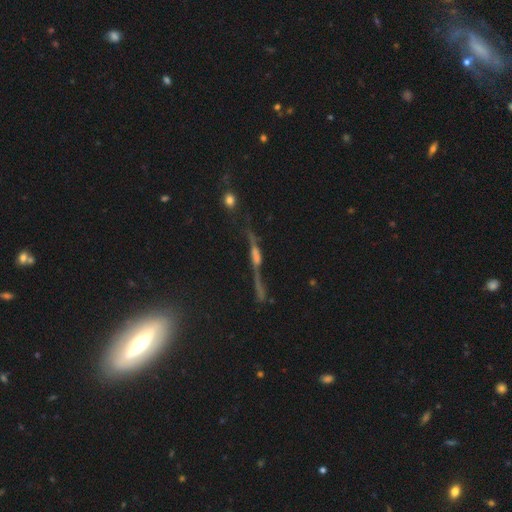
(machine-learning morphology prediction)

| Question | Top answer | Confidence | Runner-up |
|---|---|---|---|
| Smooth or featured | featured or disk | 63% | star or artifact (21%) |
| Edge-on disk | yes | 73% | no (27%) |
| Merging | none | 51% | major disturbance (19%) |